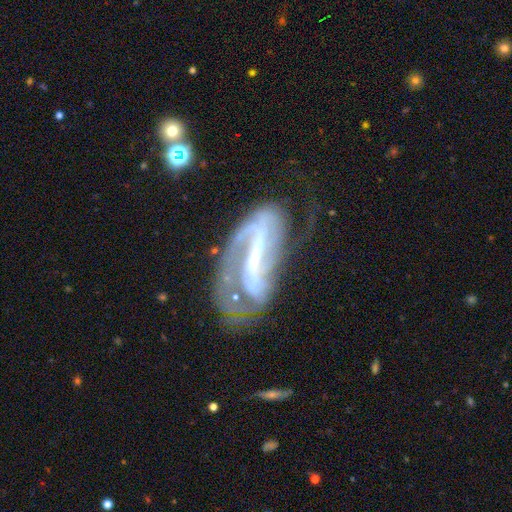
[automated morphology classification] smooth_or_featured: featured or disk (p=0.86) [alt: star or artifact p=0.07]
disk_edge_on: no (p=0.93) [alt: yes p=0.07]
bar: strong (p=0.67) [alt: weak p=0.24]
has_spiral_arms: yes (p=0.93) [alt: no p=0.07]
spiral_winding: medium (p=0.42) [alt: loose p=0.33]
spiral_arm_count: 2 (p=0.68) [alt: can't tell p=0.14]
bulge_size: small (p=0.50) [alt: moderate p=0.28]
merging: none (p=0.47) [alt: major disturbance p=0.25]